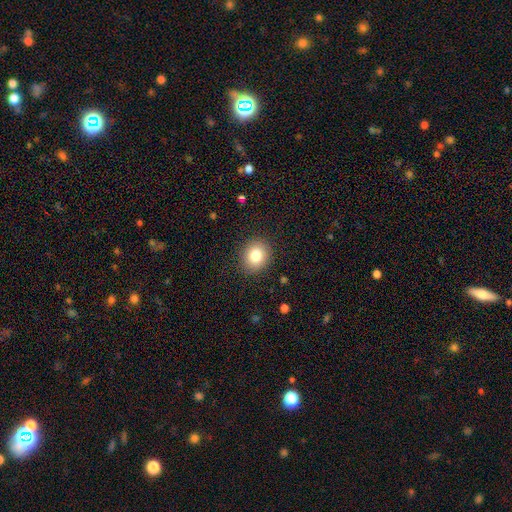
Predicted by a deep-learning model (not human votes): The model was most divided on "how rounded": round: 67%, in between: 32%, cigar-shaped: 1%. More confident: merging — none (89%); smooth or featured — smooth (81%).